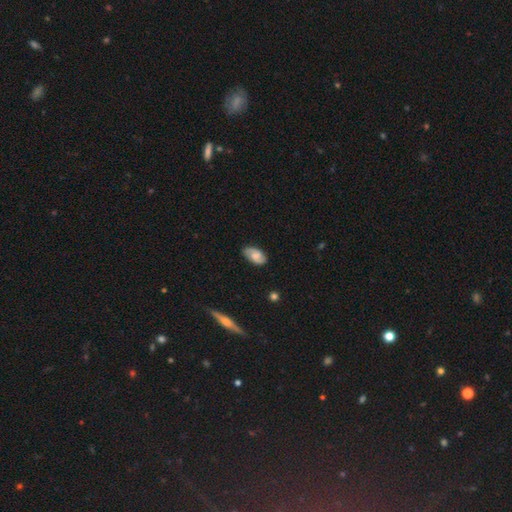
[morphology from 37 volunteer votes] Q: Smooth or featured?
A: featured or disk (62%); runner-up: smooth (32%)
Q: Edge-on disk?
A: no (91%); runner-up: yes (9%)
Q: Bar?
A: no (67%); runner-up: weak (33%)
Q: Spiral arms?
A: yes (90%); runner-up: no (10%)
Q: Spiral winding?
A: tight (63%); runner-up: medium (32%)
Q: Spiral arm count?
A: 2 (89%); runner-up: 1 (5%)
Q: Bulge size?
A: moderate (38%); runner-up: small (29%)
Q: Merging?
A: none (80%); runner-up: minor disturbance (17%)